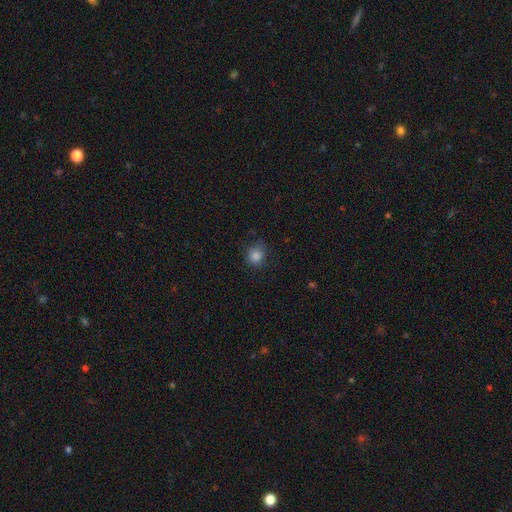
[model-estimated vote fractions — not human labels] A smooth galaxy with no disk features (84%) that is round (81%). Merging: none (78%).